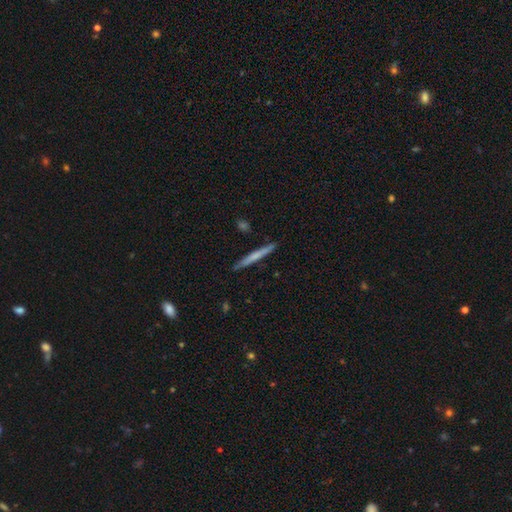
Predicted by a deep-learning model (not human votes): A smooth galaxy with no disk features (56%) that is cigar-shaped (97%). Merging: none (89%).